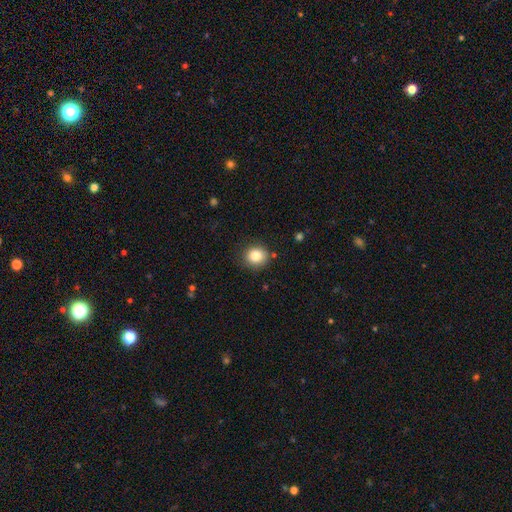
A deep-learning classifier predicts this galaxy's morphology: smooth_or_featured: smooth (p=0.83) [alt: star or artifact p=0.11]
how_rounded: round (p=0.84) [alt: in between p=0.15]
merging: none (p=0.86) [alt: minor disturbance p=0.10]